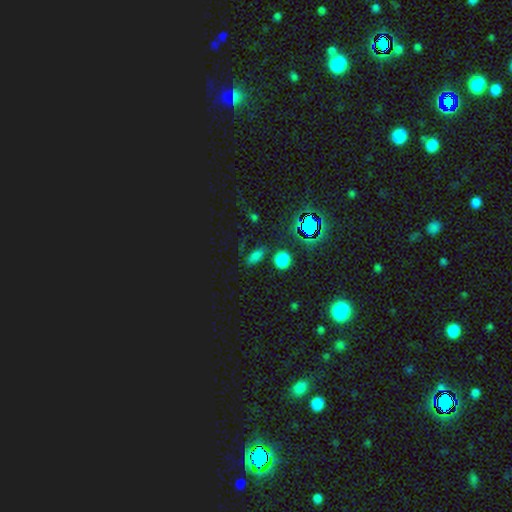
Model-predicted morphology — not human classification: Smooth or featured? smooth (55%)
How rounded? in between (72%)
Merging? none (75%)